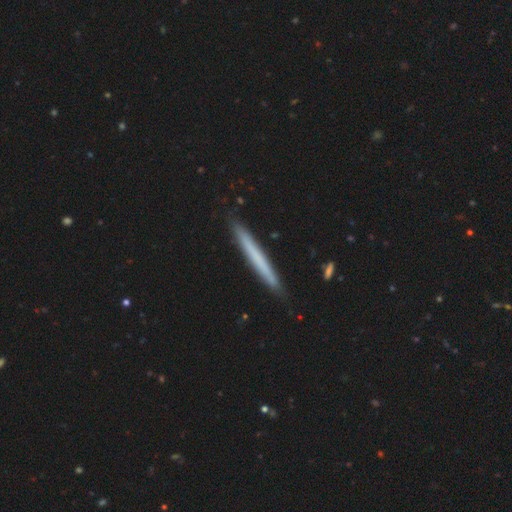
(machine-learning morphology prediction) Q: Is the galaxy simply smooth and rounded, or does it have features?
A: smooth — 56%.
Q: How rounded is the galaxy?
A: cigar-shaped — 97%.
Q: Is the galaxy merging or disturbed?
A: none — 89%.